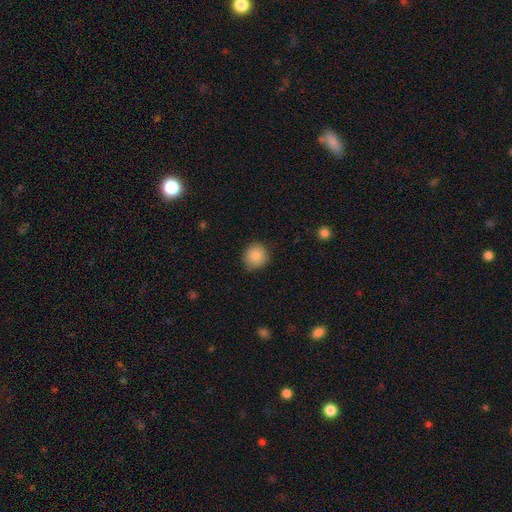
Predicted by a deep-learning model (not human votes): smooth-or-featured: smooth: 88% | star or artifact: 8% | featured or disk: 5%
  how-rounded: round: 88% | in between: 11% | cigar-shaped: 1%
  merging: none: 80% | minor disturbance: 17% | major disturbance: 3% | merger: 1%